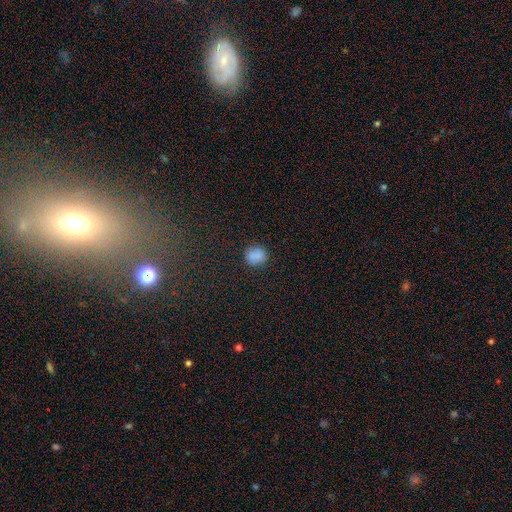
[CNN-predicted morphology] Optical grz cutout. It shows a smooth galaxy with no disk features (85%) that is round (76%). Merging: none (86%).